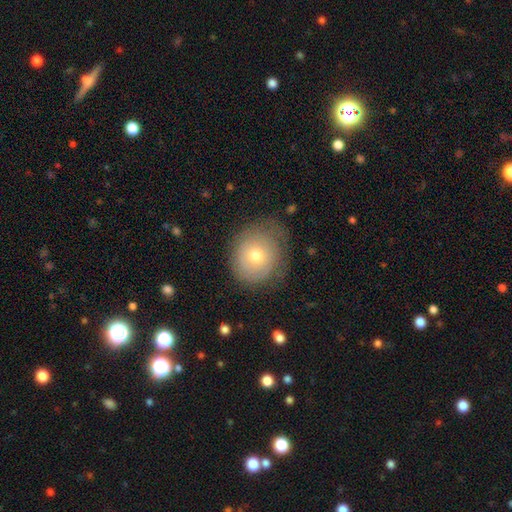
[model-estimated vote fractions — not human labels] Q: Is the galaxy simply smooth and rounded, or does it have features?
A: smooth — 61%.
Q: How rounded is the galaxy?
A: round — 71%.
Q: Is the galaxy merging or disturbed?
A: none — 66%.